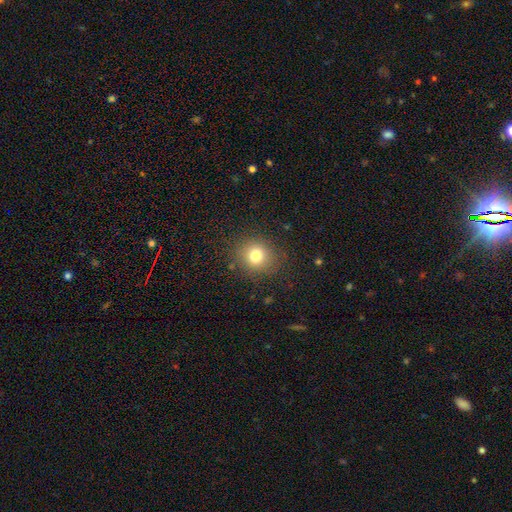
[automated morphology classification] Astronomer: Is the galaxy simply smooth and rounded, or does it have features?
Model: smooth — 77%.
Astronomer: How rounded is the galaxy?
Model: round — 83%.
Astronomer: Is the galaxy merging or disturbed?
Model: none — 85%.